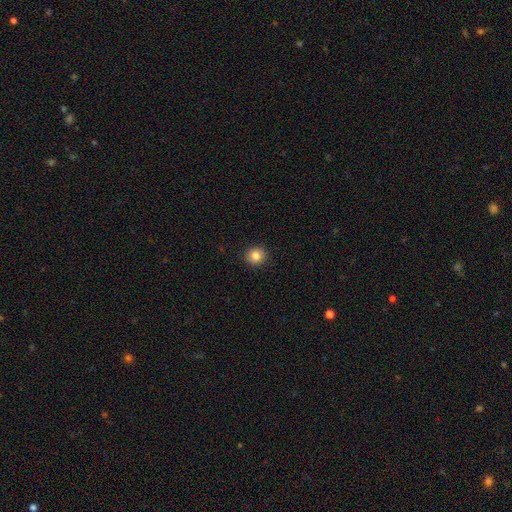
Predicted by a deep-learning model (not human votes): Q: Smooth or featured?
A: smooth (85%); runner-up: star or artifact (10%)
Q: How rounded?
A: round (91%); runner-up: in between (8%)
Q: Merging?
A: none (91%); runner-up: minor disturbance (6%)